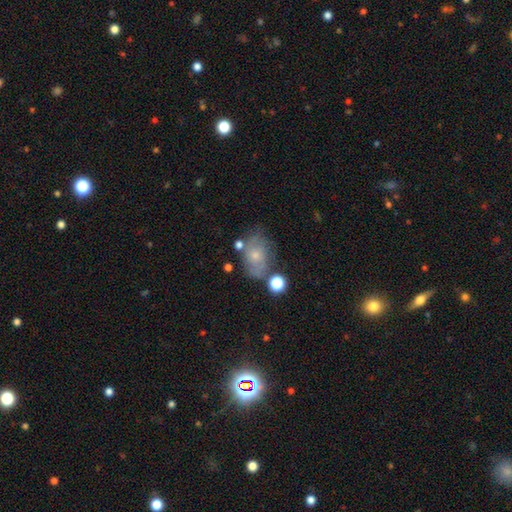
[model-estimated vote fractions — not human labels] A smooth galaxy with no disk features (50%).

Vote fractions:
- Smooth or featured? smooth: 50% / featured or disk: 38% / star or artifact: 12%
- Merging? none: 54% / minor disturbance: 24% / major disturbance: 12% / merger: 10%